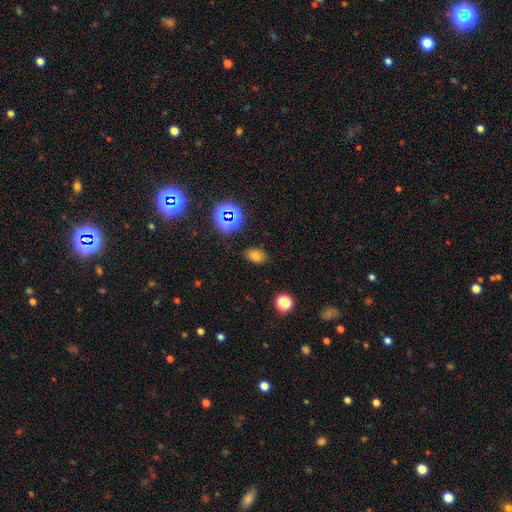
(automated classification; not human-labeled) The model was most divided on "smooth or featured": smooth: 70%, star or artifact: 20%, featured or disk: 9%. More confident: merging — none (80%); how rounded — in between (75%).